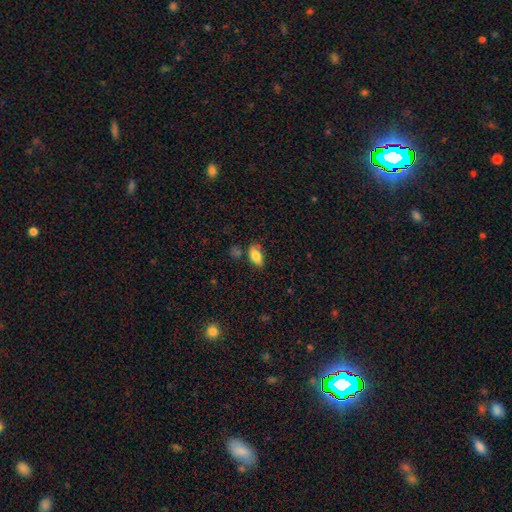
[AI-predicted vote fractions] Smooth or featured: smooth — 80% (featured or disk — 12%)
How rounded: in between — 87% (cigar-shaped — 10%)
Merging: none — 73% (minor disturbance — 17%)